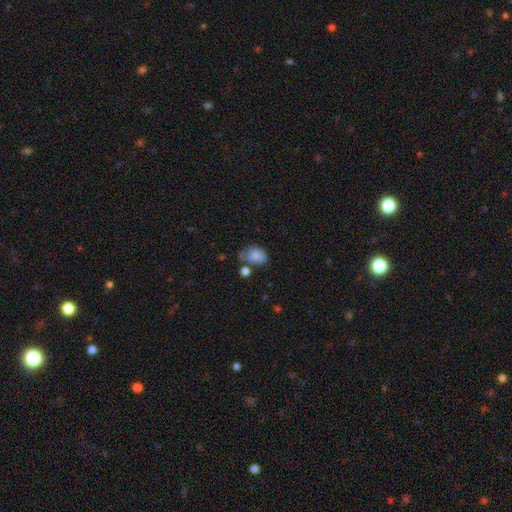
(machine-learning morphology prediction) type=smooth (79%); roundness=in between (81%); merging=none (36%).